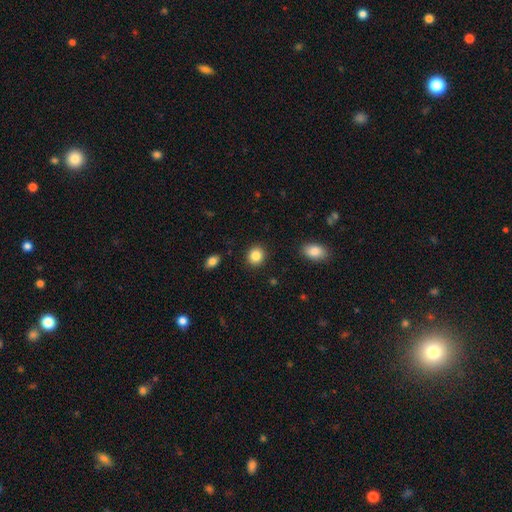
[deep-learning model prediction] This is clearly a smooth galaxy (86%). How rounded: likely round (78%). Merging: clearly none (90%).